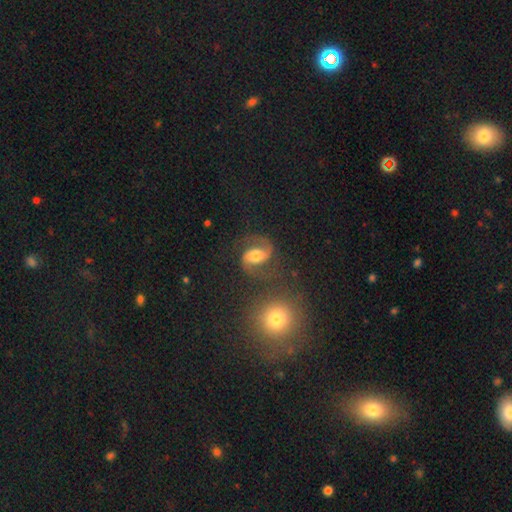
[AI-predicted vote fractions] A featured or disk galaxy (82%) with a weak bar (40%), 2 (93%) medium (57%) spiral arms (96%) and a moderate central bulge (62%).

Vote fractions:
- Smooth or featured? featured or disk: 82% / smooth: 11% / star or artifact: 7%
- Edge-on disk? no: 98% / yes: 2%
- Bar? weak: 40% / no: 32% / strong: 28%
- Spiral arms? yes: 96% / no: 4%
- Spiral winding? medium: 57% / loose: 29% / tight: 14%
- Spiral arm count? 2: 93% / 1: 2% / can't tell: 2% / 3: 1% / 4: 1% / more than 4: 1%
- Bulge size? moderate: 62% / large: 18% / small: 16% / none: 2% / dominant: 2%
- Merging? none: 70% / minor disturbance: 14% / major disturbance: 10% / merger: 6%